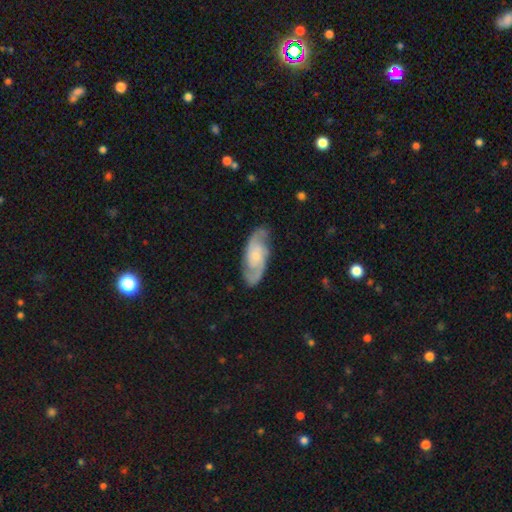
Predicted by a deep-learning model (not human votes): Smooth or featured? Predicted: featured or disk (p=0.84). Edge-on disk? Predicted: no (p=0.95). Bar? Predicted: no (p=0.62). Spiral arms? Predicted: yes (p=0.97). Spiral winding? Predicted: medium (p=0.50). Spiral arm count? Predicted: 2 (p=0.88). Bulge size? Predicted: small (p=0.54). Merging? Predicted: none (p=0.81).